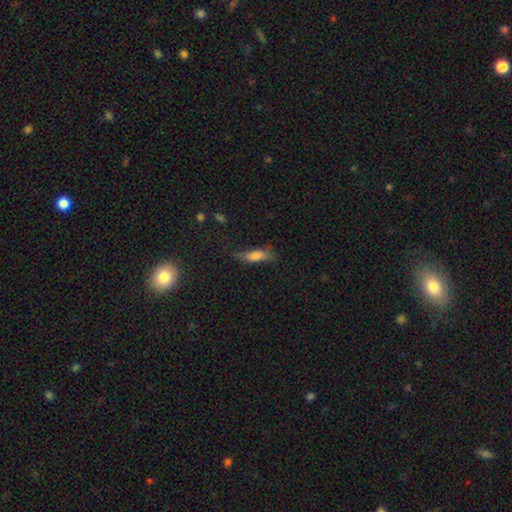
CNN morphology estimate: A smooth galaxy with no disk features (67%) that is in between round and cigar-shaped (53%). Merging: none (52%).